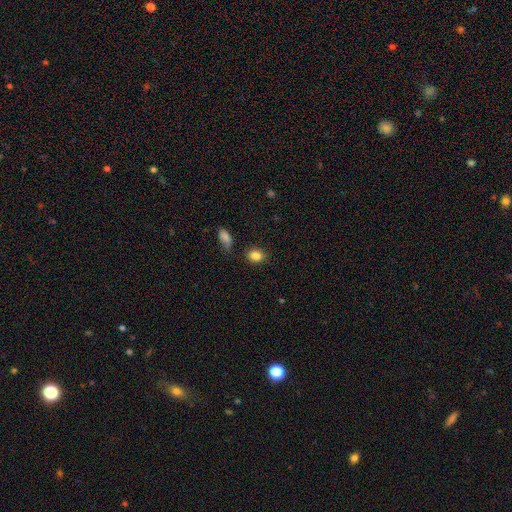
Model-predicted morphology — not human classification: smooth_or_featured: smooth (p=0.85) [alt: star or artifact p=0.09]
how_rounded: round (p=0.51) [alt: in between p=0.48]
merging: none (p=0.82) [alt: minor disturbance p=0.12]